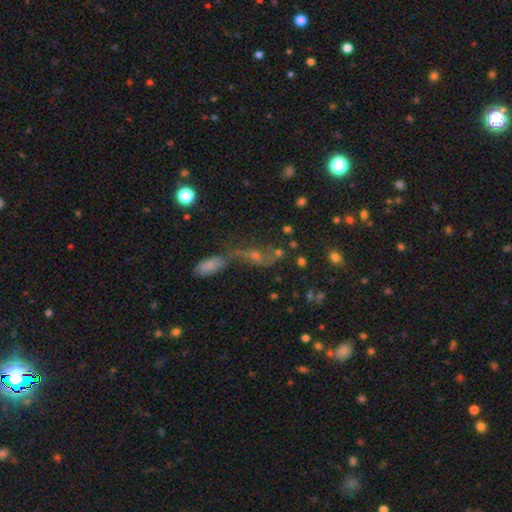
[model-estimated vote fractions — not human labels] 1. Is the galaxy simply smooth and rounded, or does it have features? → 38% featured or disk, 34% smooth, 27% star or artifact.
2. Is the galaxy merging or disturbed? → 45% merger, 29% none, 15% major disturbance, 11% minor disturbance.